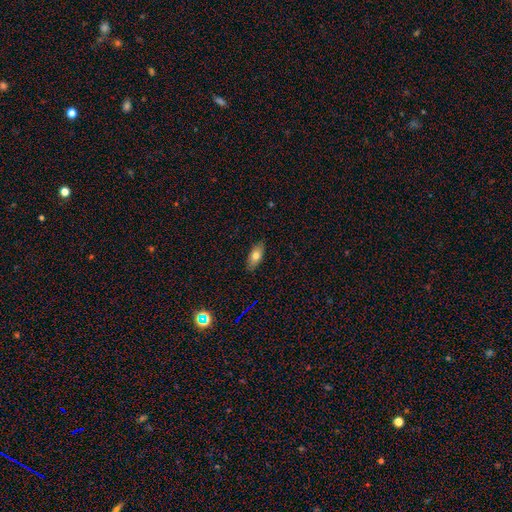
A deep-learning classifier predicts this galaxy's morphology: smooth_or_featured: smooth (p=0.73) [alt: featured or disk p=0.19]
how_rounded: in between (p=0.82) [alt: cigar-shaped p=0.14]
merging: none (p=0.88) [alt: minor disturbance p=0.09]